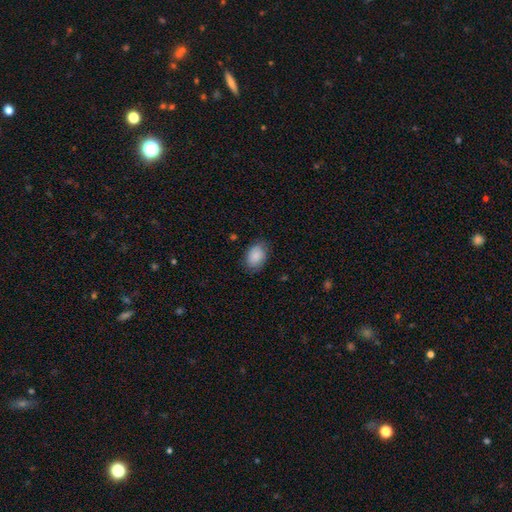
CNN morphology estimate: Smooth or featured?
  - smooth: 87% *
  - star or artifact: 7%
  - featured or disk: 7%
How rounded?
  - in between: 77% *
  - round: 22%
  - cigar-shaped: 1%
Merging?
  - none: 78% *
  - minor disturbance: 17%
  - major disturbance: 4%
  - merger: 1%